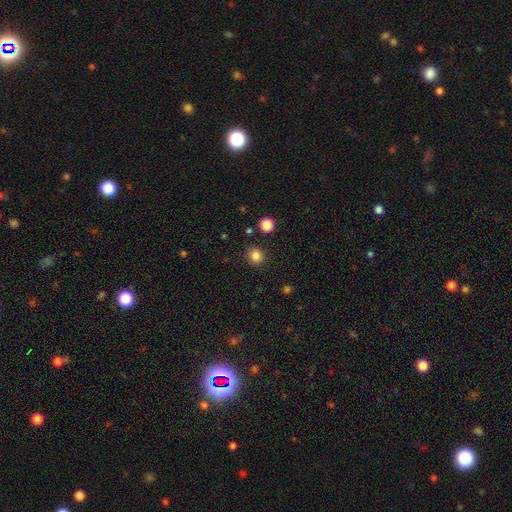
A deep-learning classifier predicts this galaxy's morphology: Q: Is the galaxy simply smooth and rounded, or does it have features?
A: smooth — 84%.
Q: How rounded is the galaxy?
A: round — 90%.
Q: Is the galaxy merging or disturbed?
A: none — 90%.